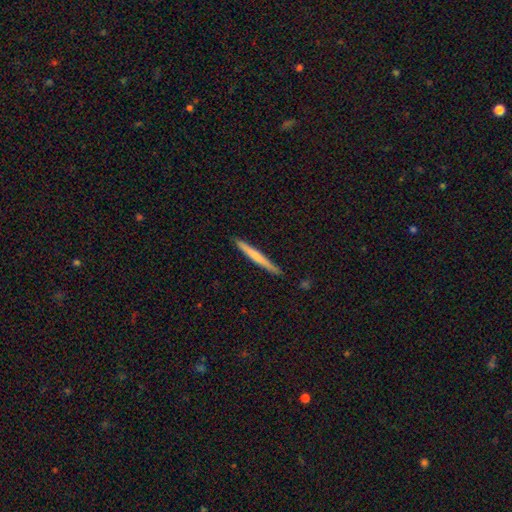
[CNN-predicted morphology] A smooth galaxy with no disk features (58%) that is cigar-shaped (97%). Merging: none (90%).